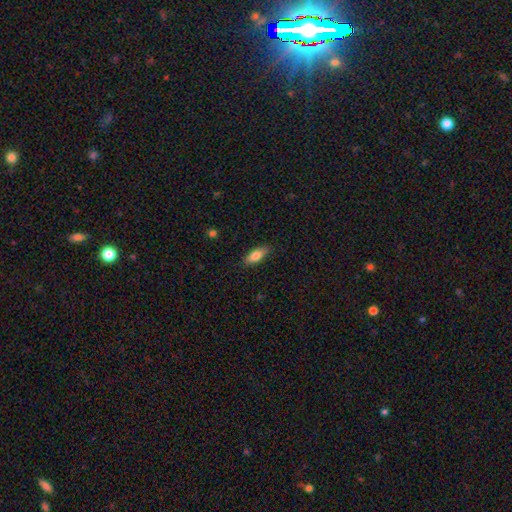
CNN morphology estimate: Smooth or featured? smooth (78%)
How rounded? in between (71%)
Merging? none (85%)